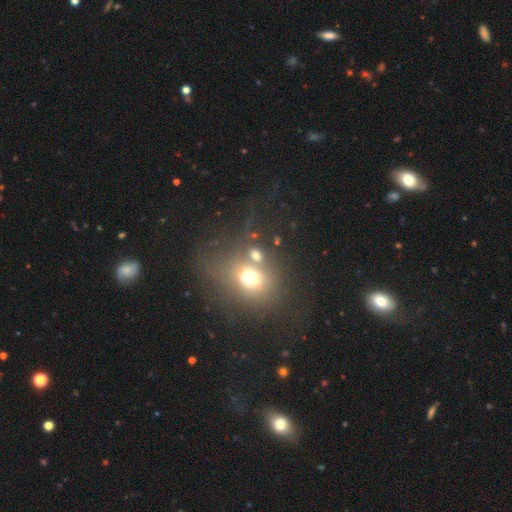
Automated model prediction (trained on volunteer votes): A smooth galaxy with no disk features (62%) that is round (64%). Merging: none (41%).